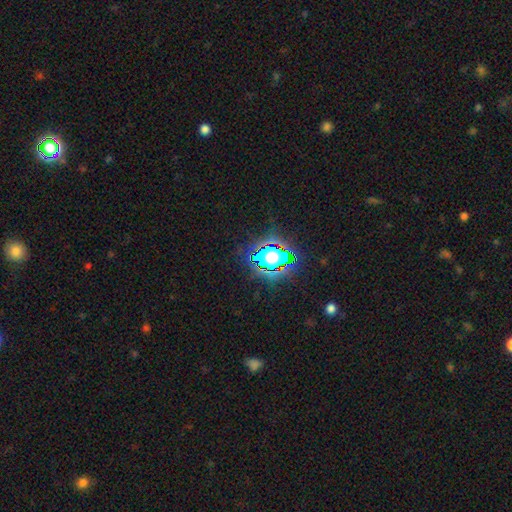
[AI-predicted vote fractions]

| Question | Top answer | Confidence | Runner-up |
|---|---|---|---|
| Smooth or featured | star or artifact | 75% | smooth (15%) |